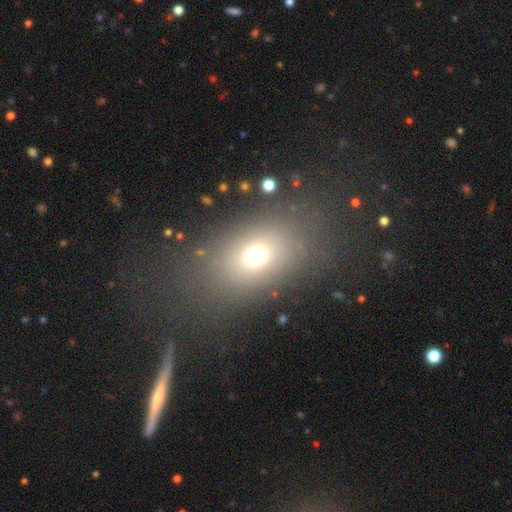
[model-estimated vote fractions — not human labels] Smooth or featured? smooth (69%)
How rounded? in between (72%)
Merging? none (76%)